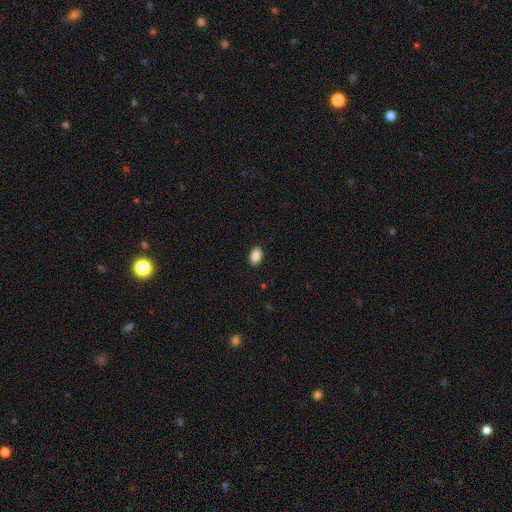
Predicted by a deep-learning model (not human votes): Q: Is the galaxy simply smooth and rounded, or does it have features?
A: smooth — 88%.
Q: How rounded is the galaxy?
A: in between — 87%.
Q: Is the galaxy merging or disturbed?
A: none — 90%.